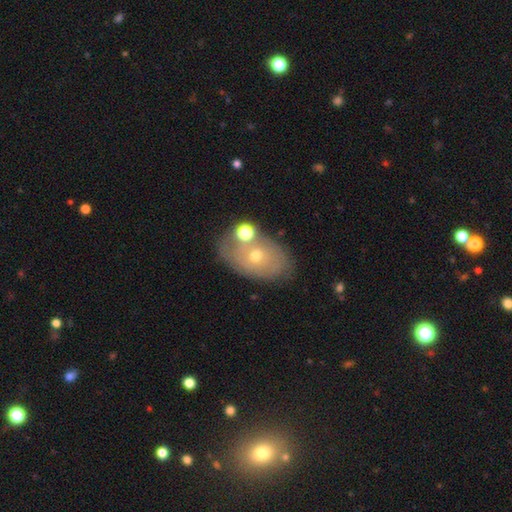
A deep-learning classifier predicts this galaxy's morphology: Smooth or featured: featured or disk — 47% (smooth — 43%)
Merging: none — 65% (minor disturbance — 17%)